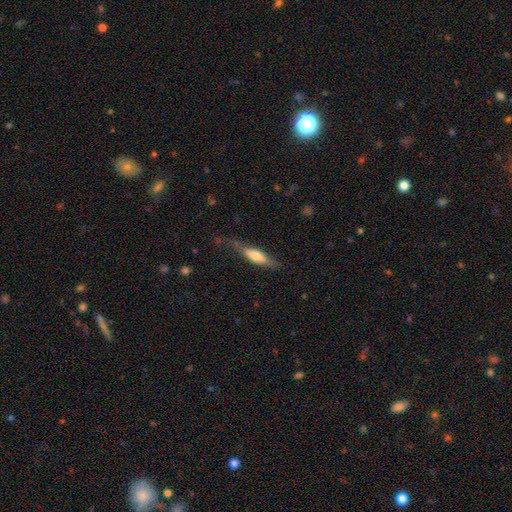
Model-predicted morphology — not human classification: Overall: smooth (56%; featured or disk 38%). How rounded: cigar-shaped (60%; in between 38%). Merging: none (56%; minor disturbance 27%).